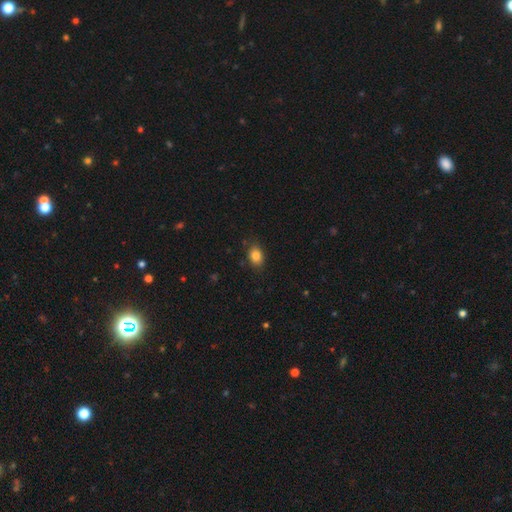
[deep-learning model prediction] smooth_or_featured: smooth (p=0.84) [alt: star or artifact p=0.10]
how_rounded: in between (p=0.68) [alt: round p=0.31]
merging: none (p=0.83) [alt: minor disturbance p=0.13]